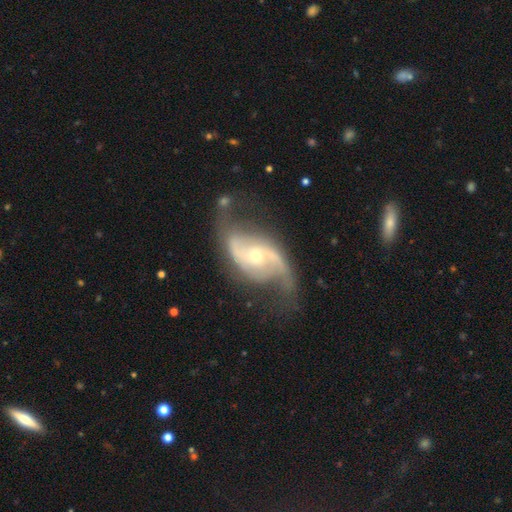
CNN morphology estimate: featured or disk 89%, smooth 6%, star or artifact 5%. Down the decision tree: edge-on disk — no (97%); bar — no (50%); spiral arms — yes (96%); spiral arm count — 2 (91%); spiral winding — loose (58%); bulge size — small (52%); merging — none (63%).